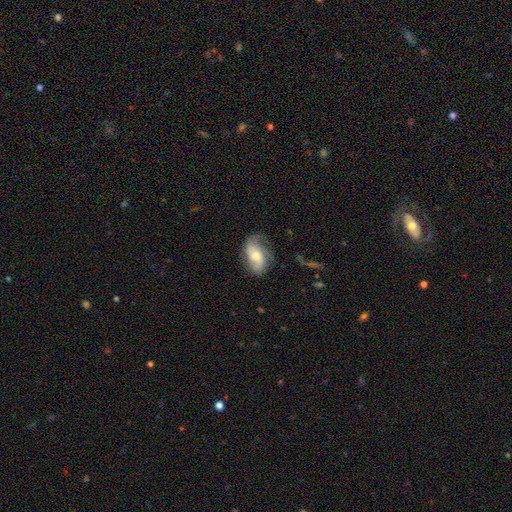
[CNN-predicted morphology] This appears to be a featured or disk galaxy (55%) with no bar (65%), spiral arms (84%) and a moderate central bulge (50%). Merging: none (55%).